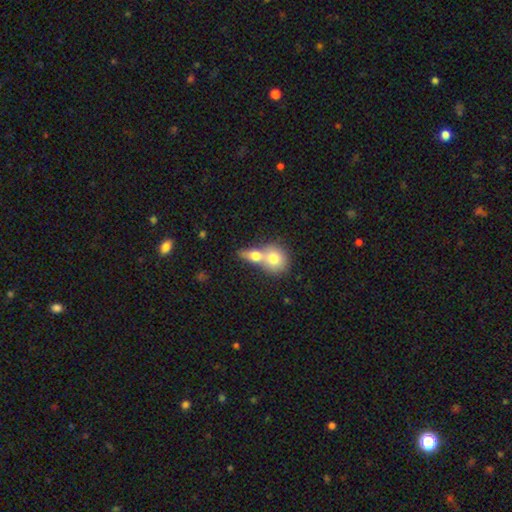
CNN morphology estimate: smooth-or-featured: smooth: 72% | featured or disk: 20% | star or artifact: 7%
  how-rounded: round: 49% | in between: 45% | cigar-shaped: 6%
  merging: merger: 71% | none: 20% | minor disturbance: 5% | major disturbance: 3%